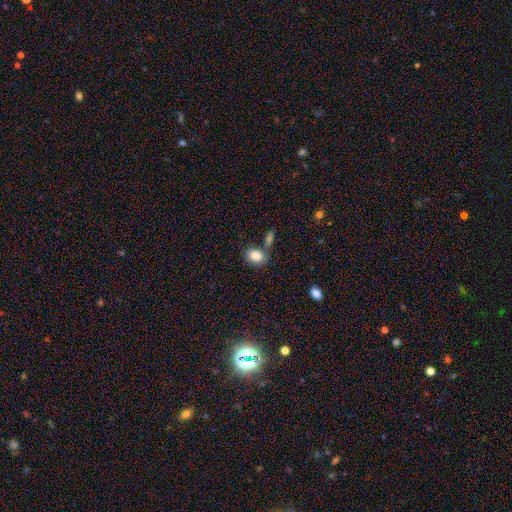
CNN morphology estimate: smooth_or_featured: smooth (p=0.85) [alt: star or artifact p=0.08]
how_rounded: in between (p=0.67) [alt: round p=0.31]
merging: none (p=0.62) [alt: merger p=0.21]